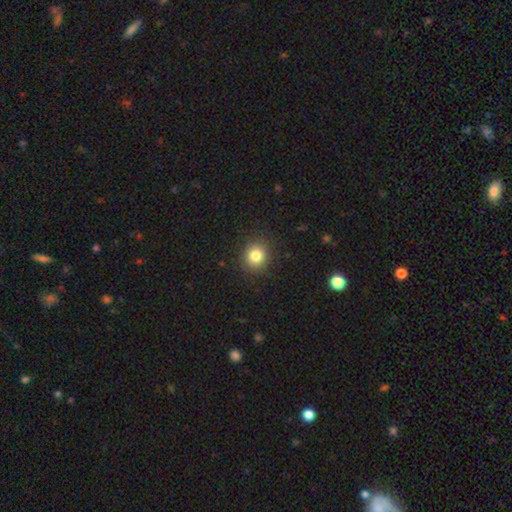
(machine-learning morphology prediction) type=smooth (82%); roundness=round (81%); merging=none (89%).